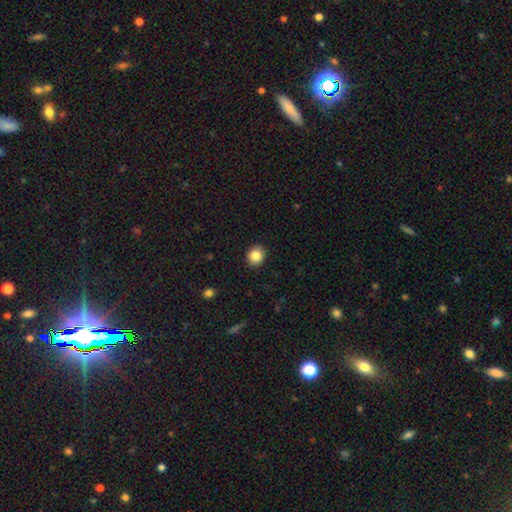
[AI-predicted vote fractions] The model was most divided on "how rounded": round: 80%, in between: 20%, cigar-shaped: 1%. More confident: merging — none (92%); smooth or featured — smooth (86%).